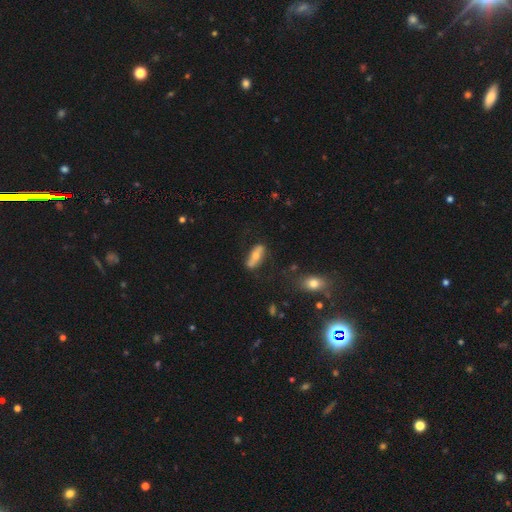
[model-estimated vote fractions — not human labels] smooth 49%, featured or disk 44%, star or artifact 7%. Down the decision tree: merging — none (74%).